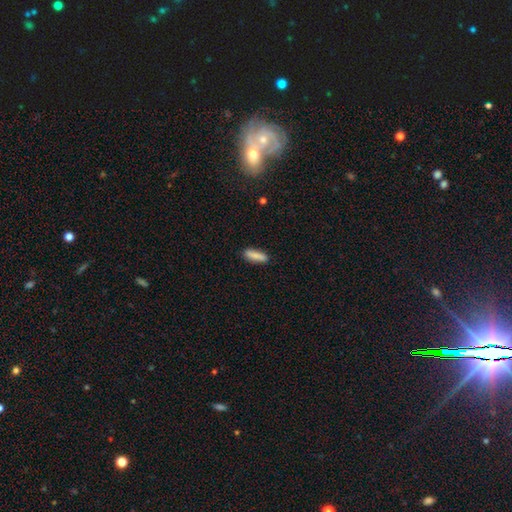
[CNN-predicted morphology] Q: Smooth or featured?
A: smooth (85%); runner-up: featured or disk (9%)
Q: How rounded?
A: cigar-shaped (57%); runner-up: in between (41%)
Q: Merging?
A: none (87%); runner-up: minor disturbance (10%)